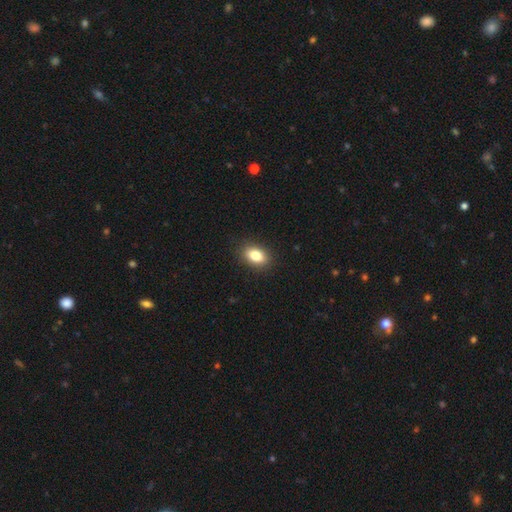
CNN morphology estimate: A smooth galaxy with no disk features (83%) that is in between round and cigar-shaped (83%).

Vote fractions:
- Smooth or featured? smooth: 83% / star or artifact: 9% / featured or disk: 8%
- How rounded? in between: 83% / round: 15% / cigar-shaped: 2%
- Merging? none: 89% / minor disturbance: 8% / major disturbance: 2% / merger: 1%